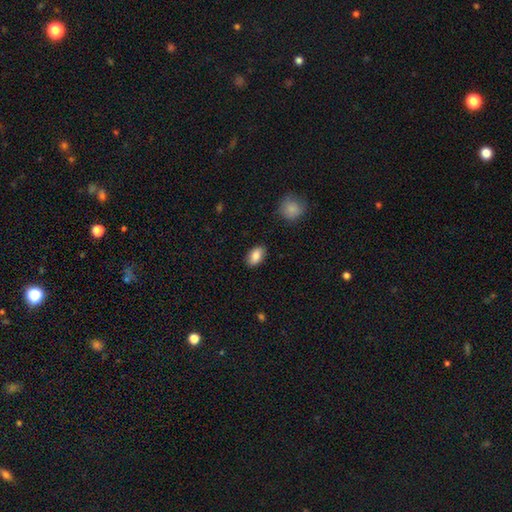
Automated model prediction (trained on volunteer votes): Q: Smooth or featured?
A: smooth (85%); runner-up: featured or disk (8%)
Q: How rounded?
A: in between (92%); runner-up: round (6%)
Q: Merging?
A: none (88%); runner-up: minor disturbance (9%)